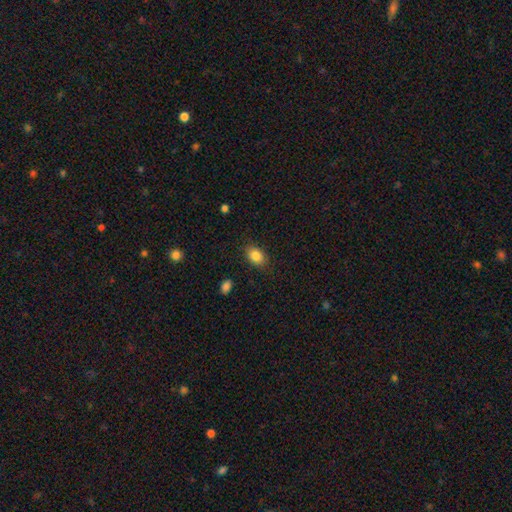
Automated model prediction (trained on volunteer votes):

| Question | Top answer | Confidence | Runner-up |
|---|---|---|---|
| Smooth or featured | smooth | 85% | star or artifact (9%) |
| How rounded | in between | 77% | round (21%) |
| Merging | none | 84% | minor disturbance (12%) |